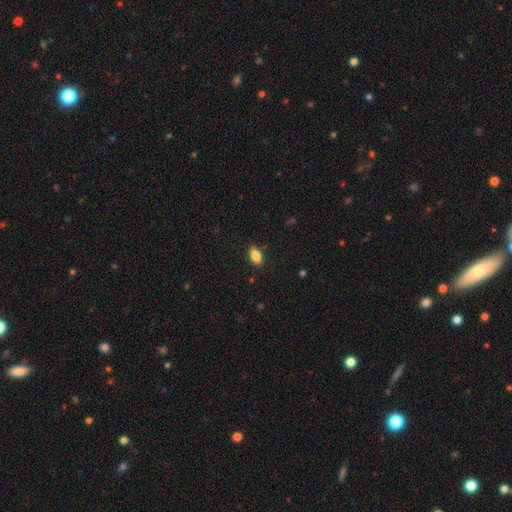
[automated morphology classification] smooth-or-featured: smooth: 85% | star or artifact: 8% | featured or disk: 7%
  how-rounded: in between: 91% | round: 6% | cigar-shaped: 4%
  merging: none: 87% | minor disturbance: 10% | major disturbance: 2% | merger: 1%